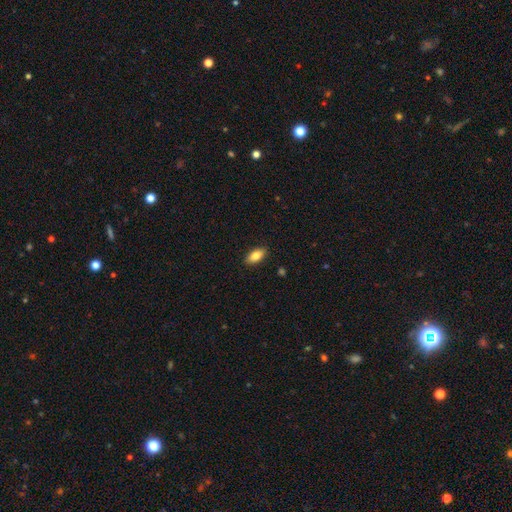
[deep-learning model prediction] This appears to be a smooth galaxy with no disk features (82%) that is in between round and cigar-shaped (88%). Merging: none (89%).